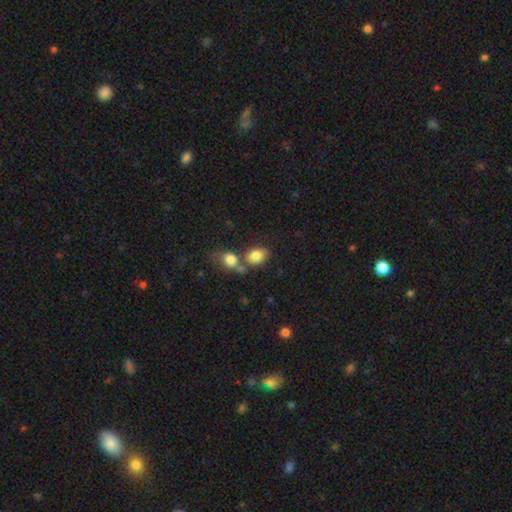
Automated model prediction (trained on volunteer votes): A smooth galaxy with no disk features (82%) that is in between round and cigar-shaped (73%). Merging: none (46%).